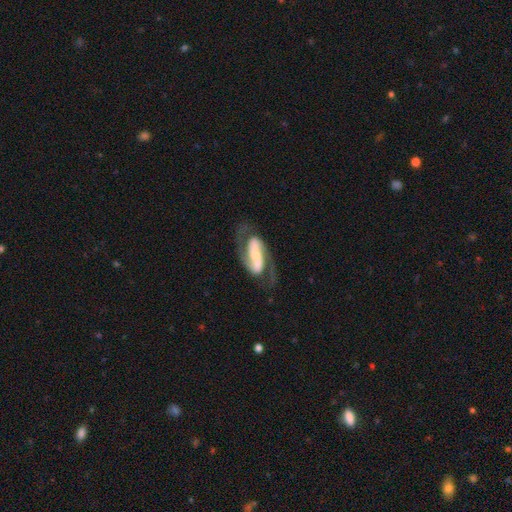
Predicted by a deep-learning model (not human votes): smooth-or-featured: featured or disk: 85% | smooth: 11% | star or artifact: 5%
  disk-edge-on: no: 94% | yes: 6%
    bar: strong: 60% | weak: 23% | no: 17%
    has-spiral-arms: yes: 94% | no: 6%
      spiral-winding: medium: 50% | loose: 32% | tight: 19%
      spiral-arm-count: 2: 91% | can't tell: 3% | 1: 3% | 3: 1% | 4: 1% | more than 4: 1%
    bulge-size: small: 44% | moderate: 39% | large: 9% | none: 5% | dominant: 2%
  merging: none: 68% | minor disturbance: 16% | major disturbance: 13% | merger: 3%